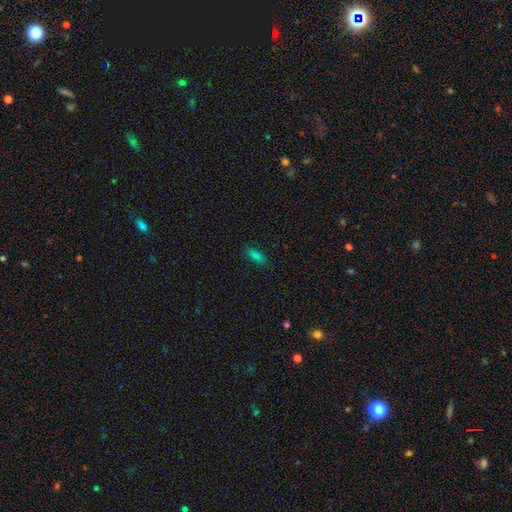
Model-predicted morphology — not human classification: Smooth or featured? smooth (78%)
How rounded? in between (64%)
Merging? none (86%)